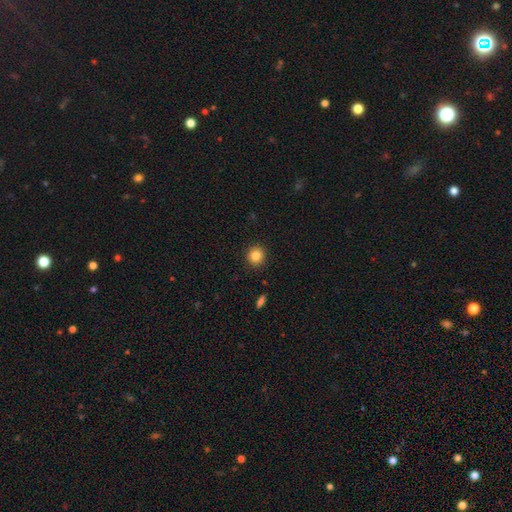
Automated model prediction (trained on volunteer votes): This is clearly a smooth galaxy (84%). How rounded: clearly round (91%). Merging: clearly none (92%).